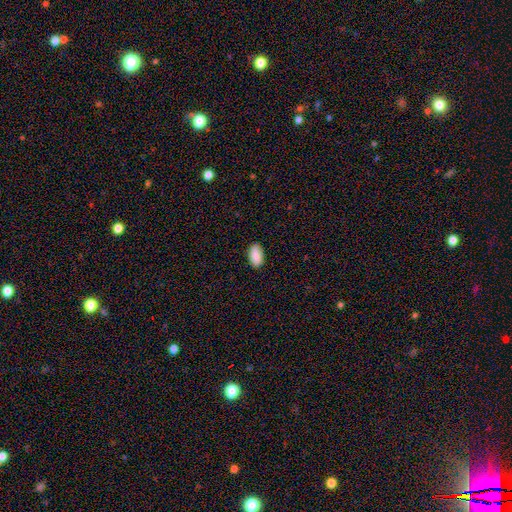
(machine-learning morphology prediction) Q: Smooth or featured?
A: smooth (89%); runner-up: star or artifact (6%)
Q: How rounded?
A: in between (95%); runner-up: cigar-shaped (3%)
Q: Merging?
A: none (89%); runner-up: minor disturbance (8%)